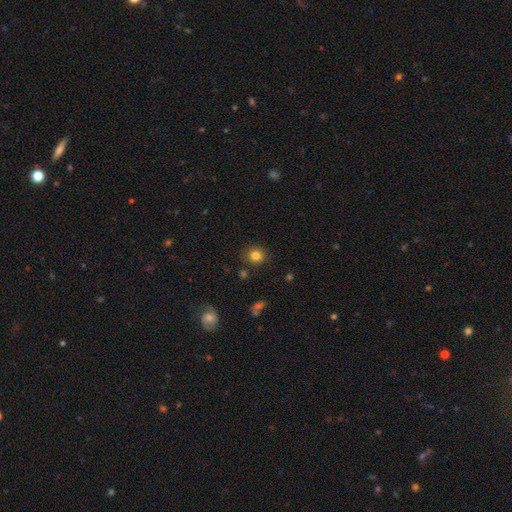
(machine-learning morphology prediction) This is clearly a smooth galaxy (82%). How rounded: clearly round (87%). Merging: clearly none (87%).